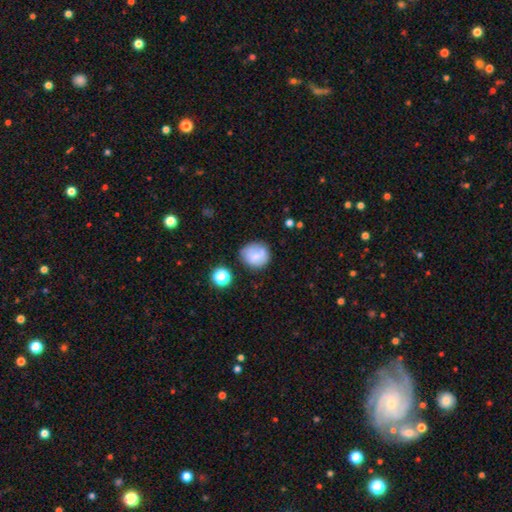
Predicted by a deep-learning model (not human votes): smooth_or_featured: smooth (p=0.70) [alt: featured or disk p=0.20]
how_rounded: round (p=0.83) [alt: in between p=0.16]
merging: none (p=0.66) [alt: minor disturbance p=0.19]